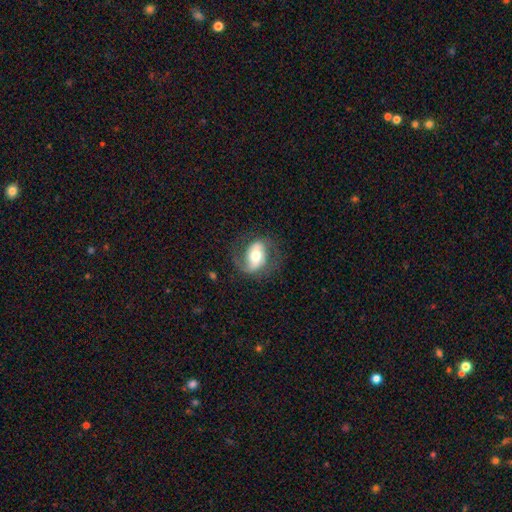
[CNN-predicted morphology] type=featured or disk (68%); edge-on=no (95%); bar=strong (34%); spiral arms=yes (85%); winding=medium (43%); arm count=2 (78%); bulge=moderate (66%); merging=none (67%).